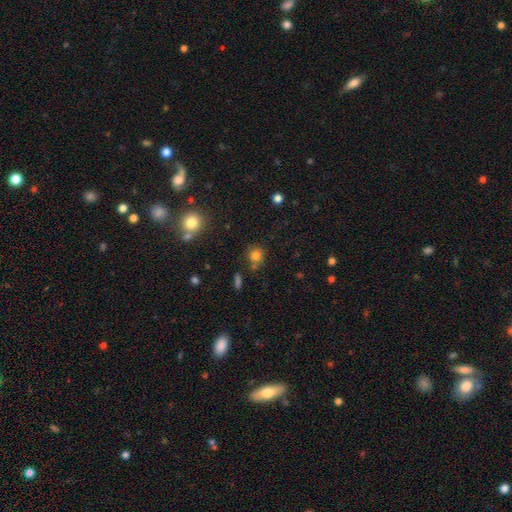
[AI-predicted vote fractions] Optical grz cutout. It shows a smooth galaxy with no disk features (78%) that is round (86%). Merging: none (71%).